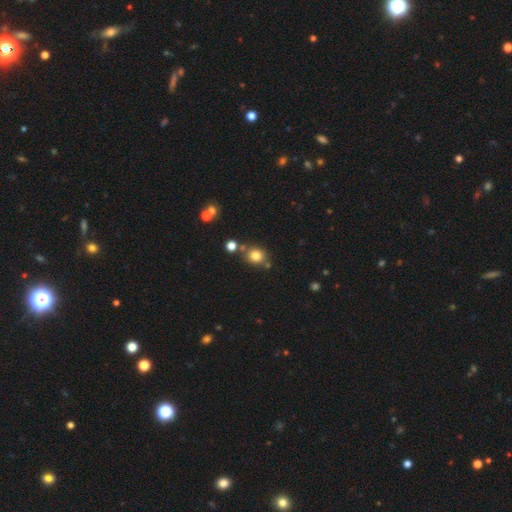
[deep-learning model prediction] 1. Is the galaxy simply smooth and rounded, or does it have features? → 80% smooth, 13% star or artifact, 7% featured or disk.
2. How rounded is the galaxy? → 82% round, 17% in between, 1% cigar-shaped.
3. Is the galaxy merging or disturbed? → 73% none, 13% merger, 11% minor disturbance, 3% major disturbance.